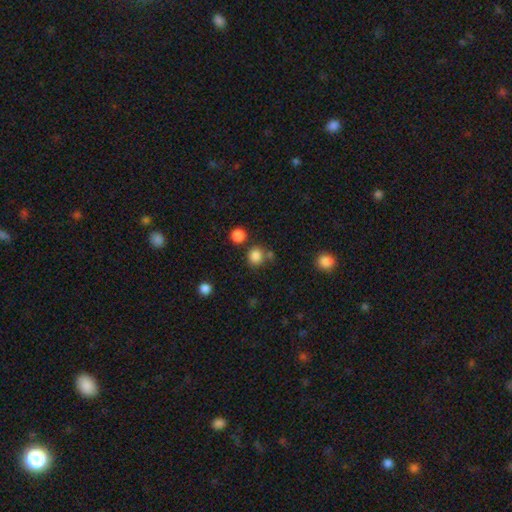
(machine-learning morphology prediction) A smooth galaxy with no disk features (83%) that is round (87%).

Vote fractions:
- Smooth or featured? smooth: 83% / star or artifact: 13% / featured or disk: 5%
- How rounded? round: 87% / in between: 12% / cigar-shaped: 1%
- Merging? none: 74% / merger: 14% / minor disturbance: 9% / major disturbance: 3%